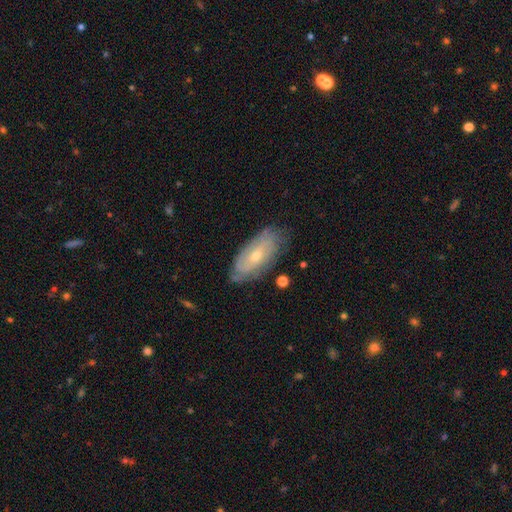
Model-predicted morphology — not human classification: A featured or disk galaxy (64%) with no bar (69%), spiral arms (80%) and a small central bulge (57%).

Vote fractions:
- Smooth or featured? featured or disk: 64% / smooth: 29% / star or artifact: 7%
- Edge-on disk? no: 89% / yes: 11%
- Bar? no: 69% / weak: 26% / strong: 5%
- Spiral arms? yes: 80% / no: 20%
- Bulge size? small: 57% / moderate: 39% / large: 1% / none: 1% / dominant: 1%
- Merging? none: 72% / minor disturbance: 21% / major disturbance: 5% / merger: 2%